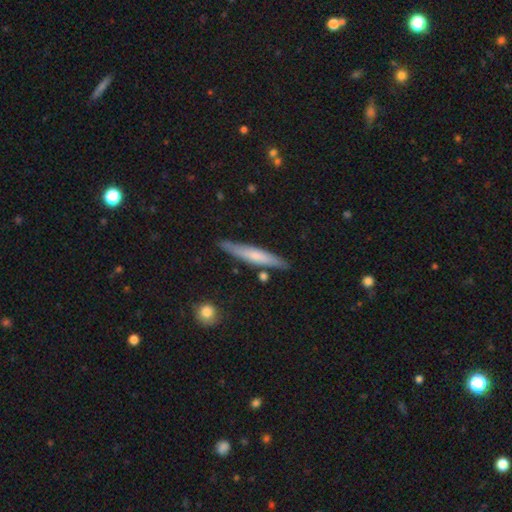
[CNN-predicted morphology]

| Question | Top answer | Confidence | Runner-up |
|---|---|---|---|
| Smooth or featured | smooth | 57% | featured or disk (37%) |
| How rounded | cigar-shaped | 92% | in between (6%) |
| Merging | none | 84% | minor disturbance (11%) |